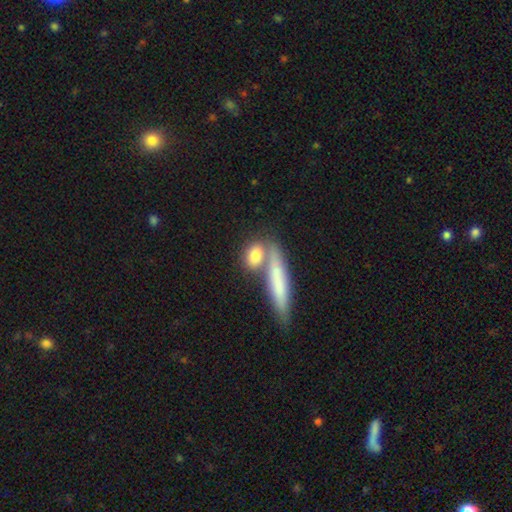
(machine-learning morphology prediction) The model was most divided on "merging": none: 51%, merger: 31%, minor disturbance: 12%, major disturbance: 6%. More confident: smooth or featured — smooth (77%); how rounded — in between (52%).